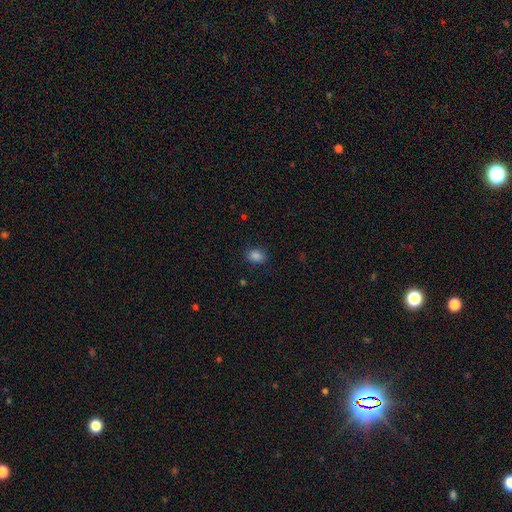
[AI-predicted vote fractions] The model was most divided on "how rounded": in between: 71%, round: 27%, cigar-shaped: 1%. More confident: merging — none (86%); smooth or featured — smooth (85%).